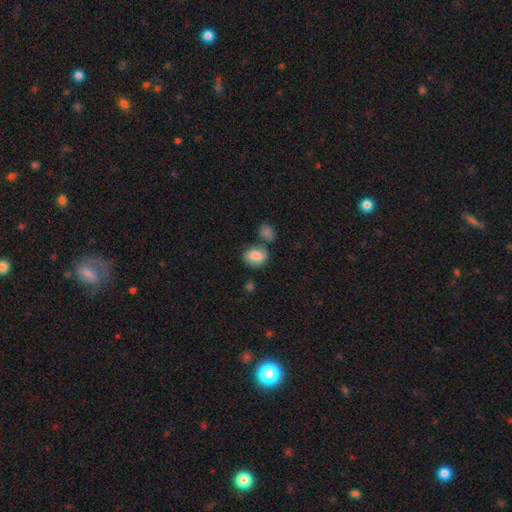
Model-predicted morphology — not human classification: Q: Smooth or featured?
A: smooth (74%); runner-up: featured or disk (17%)
Q: How rounded?
A: in between (57%); runner-up: round (41%)
Q: Merging?
A: none (57%); runner-up: minor disturbance (18%)